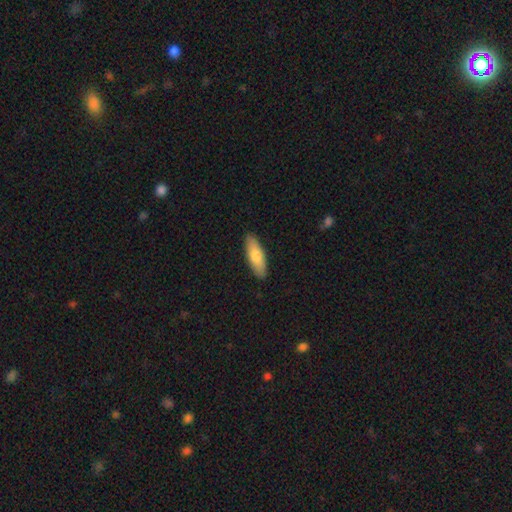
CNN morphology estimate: The model was most divided on "how rounded": in between: 56%, cigar-shaped: 42%, round: 2%. More confident: merging — none (89%); smooth or featured — smooth (76%).